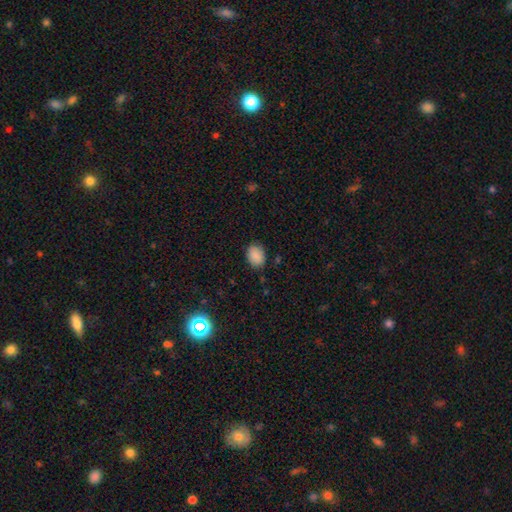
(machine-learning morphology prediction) type=smooth (88%); roundness=in between (68%); merging=none (82%).